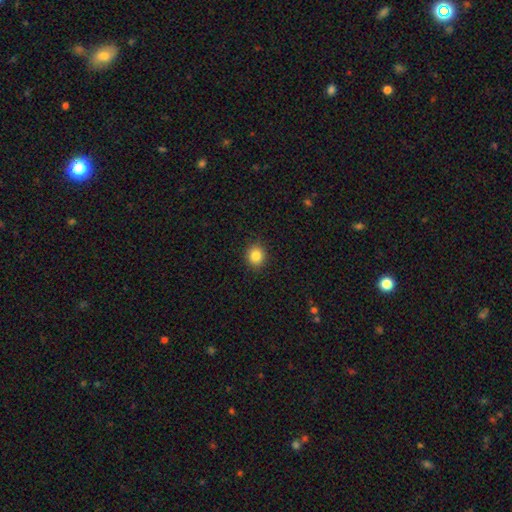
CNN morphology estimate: This is clearly a smooth galaxy (85%). How rounded: likely round (79%). Merging: clearly none (89%).